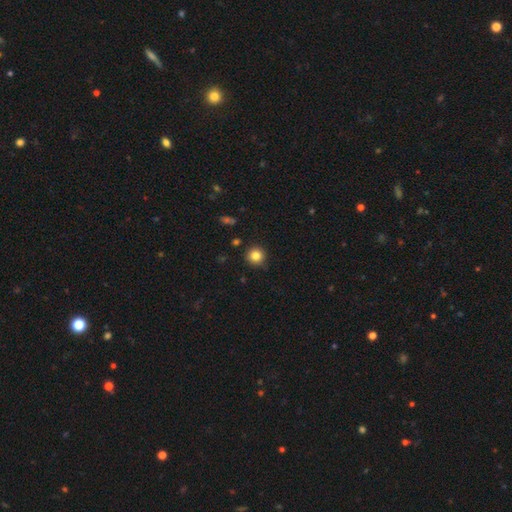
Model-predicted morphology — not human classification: smooth-or-featured: smooth: 83% | star or artifact: 11% | featured or disk: 6%
  how-rounded: round: 95% | in between: 4% | cigar-shaped: 1%
  merging: none: 90% | minor disturbance: 6% | major disturbance: 2% | merger: 2%